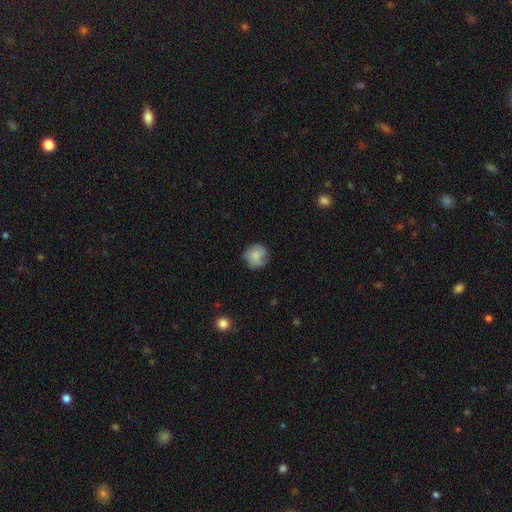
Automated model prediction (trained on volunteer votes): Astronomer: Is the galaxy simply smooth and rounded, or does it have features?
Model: smooth — 74%.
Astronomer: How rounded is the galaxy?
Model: round — 89%.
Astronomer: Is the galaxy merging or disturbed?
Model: none — 74%.